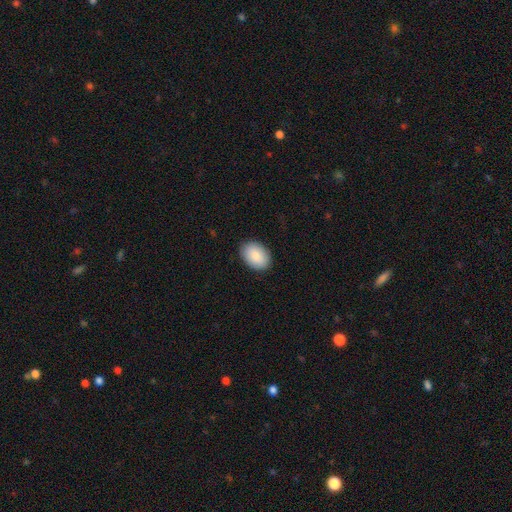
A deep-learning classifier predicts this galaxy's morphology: This is clearly a smooth galaxy (87%). How rounded: clearly in between (85%). Merging: clearly none (89%).